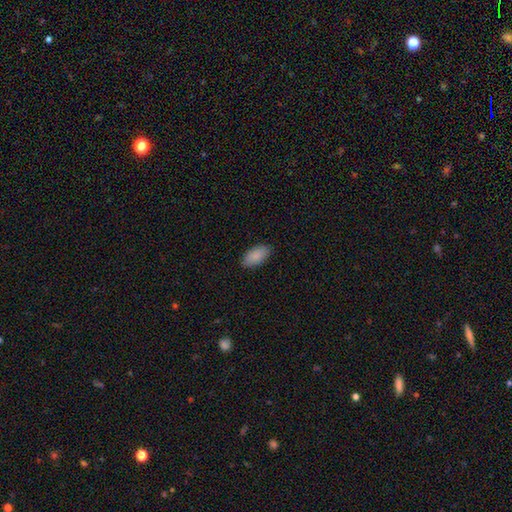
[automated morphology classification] A smooth galaxy with no disk features (89%) that is in between round and cigar-shaped (94%). Merging: none (87%).